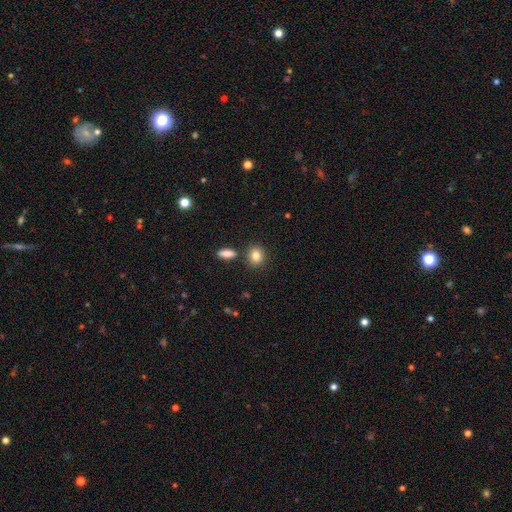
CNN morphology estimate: This is clearly a smooth galaxy (84%). How rounded: likely round (64%). Merging: likely none (80%).